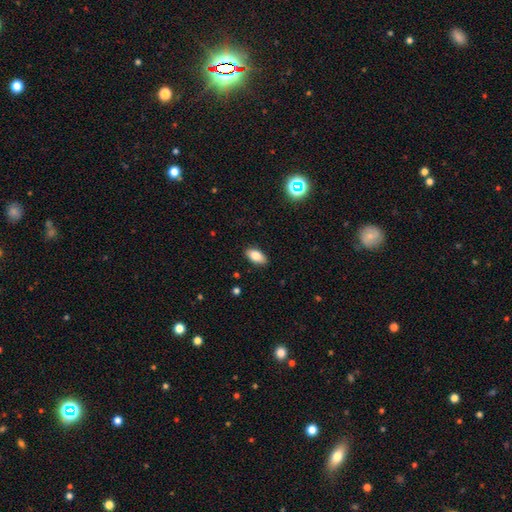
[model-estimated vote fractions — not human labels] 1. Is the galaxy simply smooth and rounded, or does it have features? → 82% smooth, 9% featured or disk, 9% star or artifact.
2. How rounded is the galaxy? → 91% in between, 5% cigar-shaped, 4% round.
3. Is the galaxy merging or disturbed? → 88% none, 9% minor disturbance, 2% major disturbance, 1% merger.